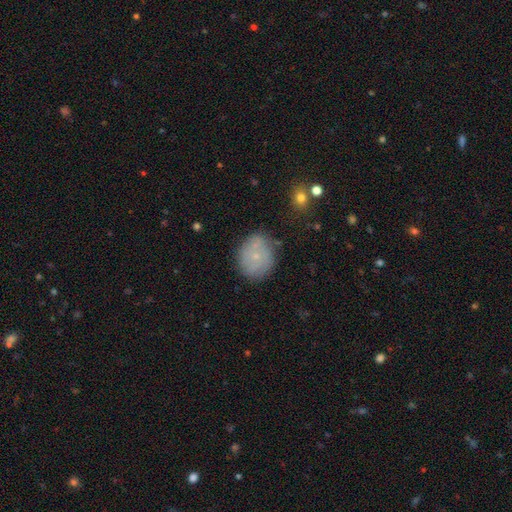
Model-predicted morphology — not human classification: Smooth or featured?
  - smooth: 55% *
  - featured or disk: 35%
  - star or artifact: 10%
How rounded?
  - round: 60% *
  - in between: 39%
  - cigar-shaped: 1%
Merging?
  - none: 72% *
  - minor disturbance: 18%
  - major disturbance: 5%
  - merger: 4%